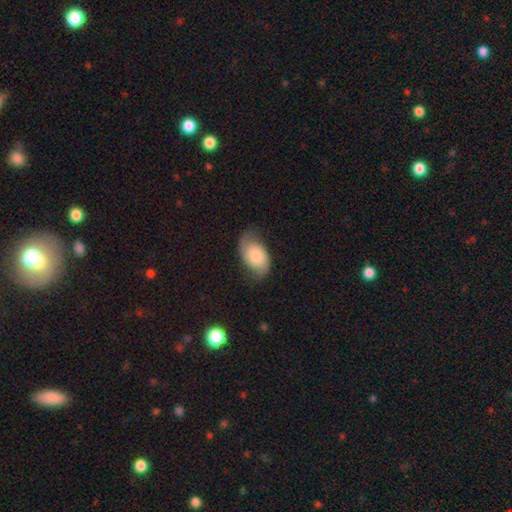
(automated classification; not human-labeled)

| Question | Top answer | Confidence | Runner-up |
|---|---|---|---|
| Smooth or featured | smooth | 50% | featured or disk (44%) |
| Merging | none | 63% | minor disturbance (27%) |